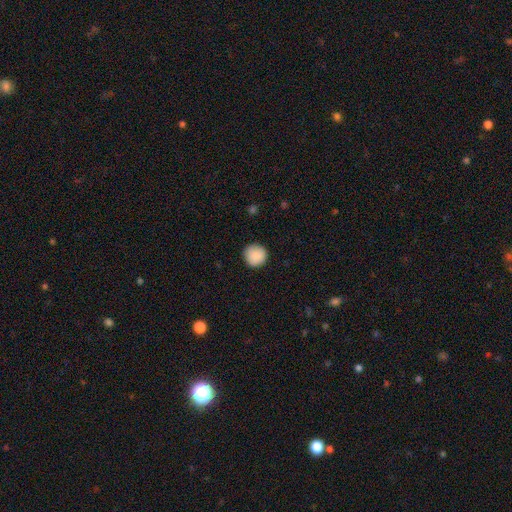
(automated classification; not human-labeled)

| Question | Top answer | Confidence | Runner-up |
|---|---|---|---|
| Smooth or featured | smooth | 89% | star or artifact (7%) |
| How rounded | round | 95% | in between (4%) |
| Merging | none | 91% | minor disturbance (7%) |